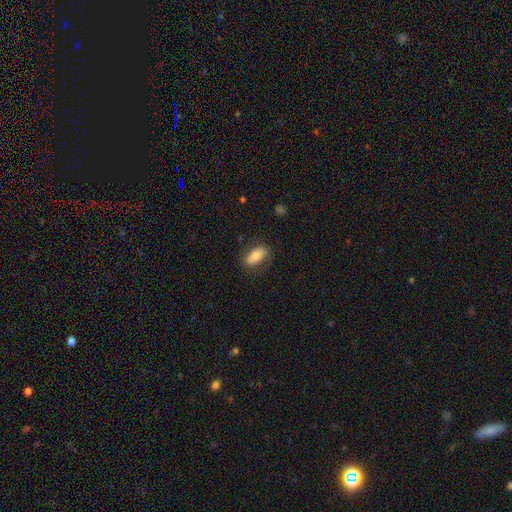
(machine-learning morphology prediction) smooth_or_featured: smooth (p=0.73) [alt: featured or disk p=0.20]
how_rounded: in between (p=0.80) [alt: cigar-shaped p=0.16]
merging: none (p=0.80) [alt: minor disturbance p=0.15]